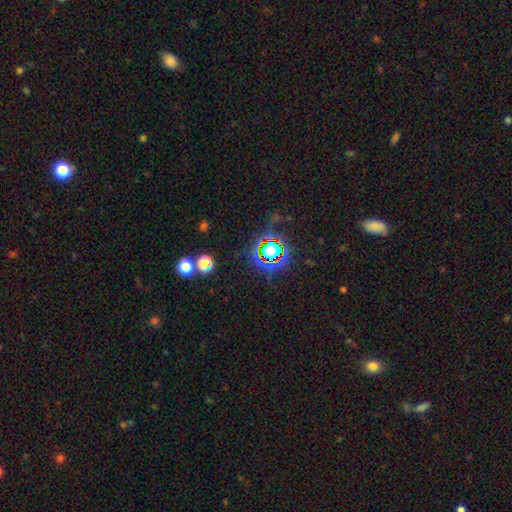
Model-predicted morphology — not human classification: Smooth or featured? Predicted: star or artifact (p=0.78).